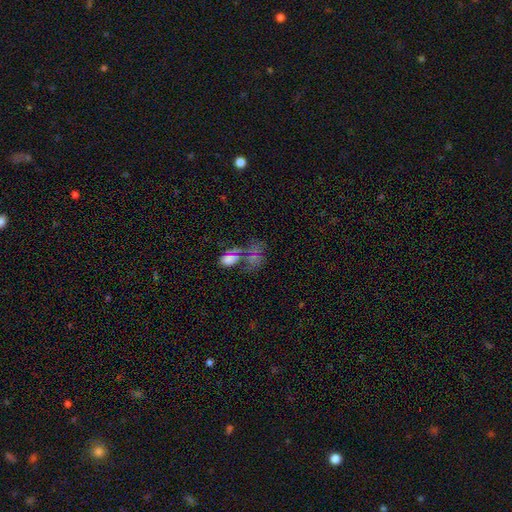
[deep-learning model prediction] Overall: smooth (39%; star or artifact 35%). Merging: merger (36%; none 31%).